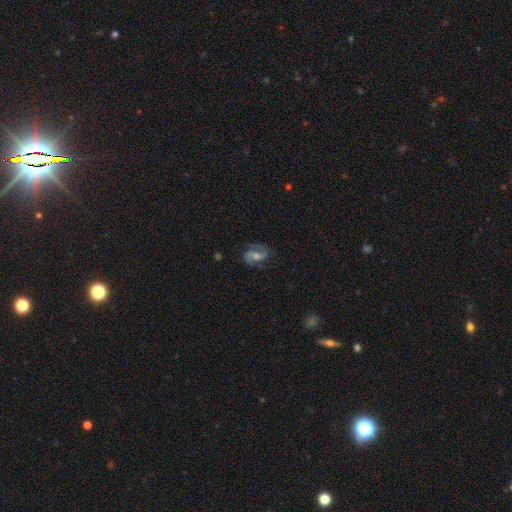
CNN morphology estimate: This is clearly a featured or disk galaxy (82%). It is clearly not viewed edge-on (97%). Bar: possibly weak (48%). Spiral arm pattern: clearly yes (96%). Spiral arm count: clearly 2 (90%). Spiral winding: possibly medium (54%). Central bulge: possibly moderate (54%). Merging: likely none (80%).